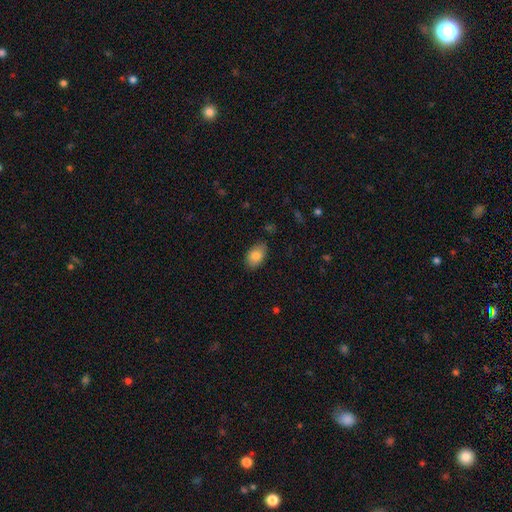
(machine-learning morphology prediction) Smooth or featured? smooth (84%)
How rounded? in between (88%)
Merging? none (81%)